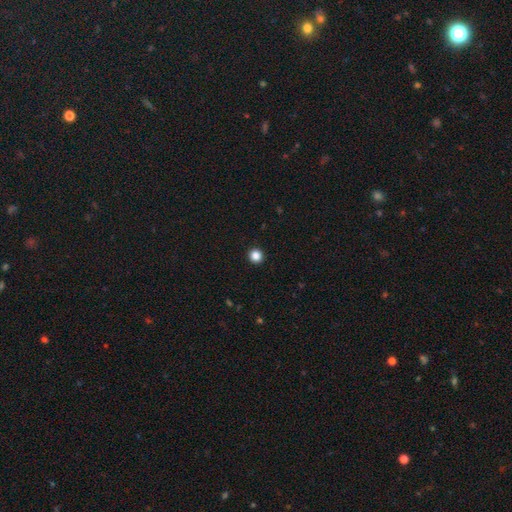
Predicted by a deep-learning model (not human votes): smooth_or_featured: smooth (p=0.86) [alt: star or artifact p=0.11]
how_rounded: round (p=0.95) [alt: in between p=0.04]
merging: none (p=0.94) [alt: minor disturbance p=0.04]